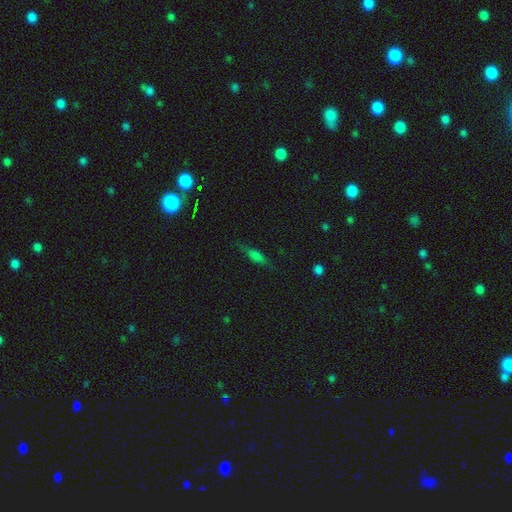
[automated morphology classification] type=smooth (53%); roundness=cigar-shaped (63%); merging=none (77%).